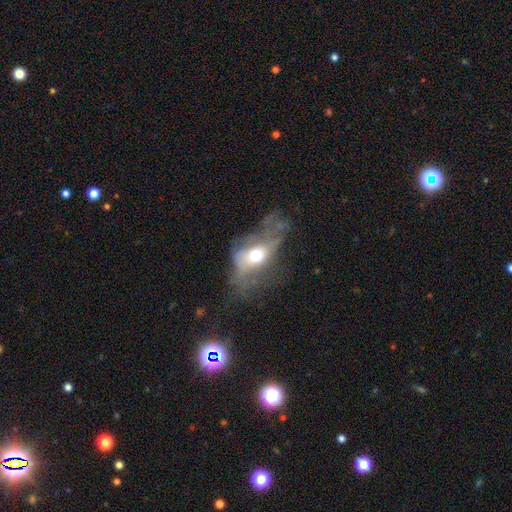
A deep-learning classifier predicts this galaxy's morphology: A featured or disk galaxy (47%). Merging: major disturbance (52%).